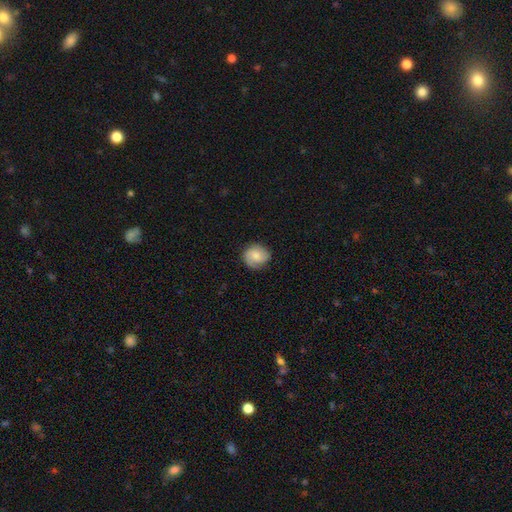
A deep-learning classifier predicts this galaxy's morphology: The model was most divided on "smooth or featured": smooth: 50%, featured or disk: 43%, star or artifact: 7%. More confident: merging — none (75%).